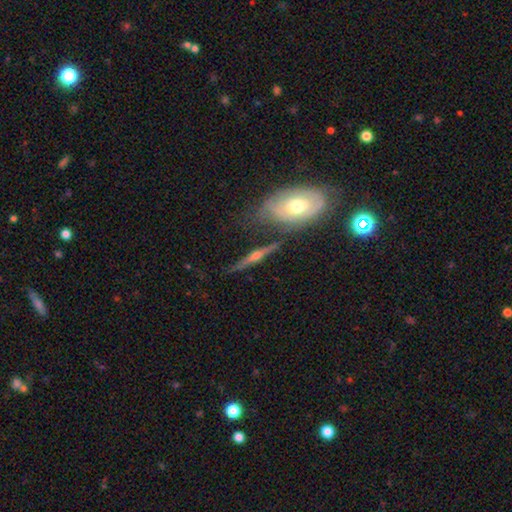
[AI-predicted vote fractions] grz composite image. It shows a featured or disk galaxy (75%) viewed edge-on (93%) with a rounded central bulge (92%). Merging: none (74%).